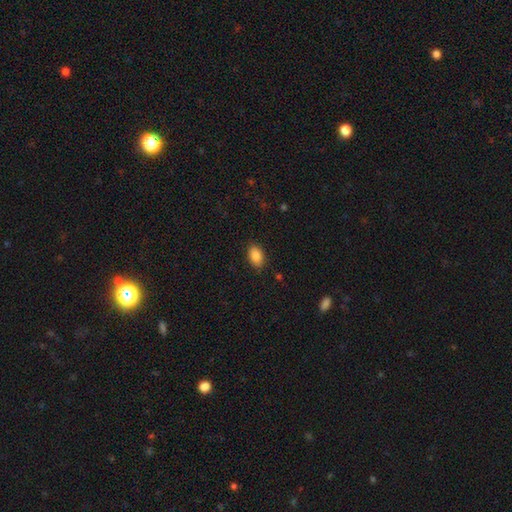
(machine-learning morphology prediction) A smooth galaxy with no disk features (87%) that is in between round and cigar-shaped (91%). Merging: none (86%).